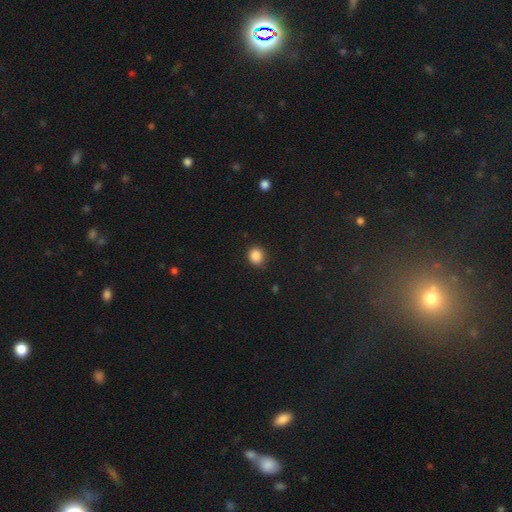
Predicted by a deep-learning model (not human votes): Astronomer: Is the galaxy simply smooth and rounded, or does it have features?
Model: smooth — 87%.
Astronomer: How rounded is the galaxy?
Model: round — 77%.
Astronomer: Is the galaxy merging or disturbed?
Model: none — 87%.